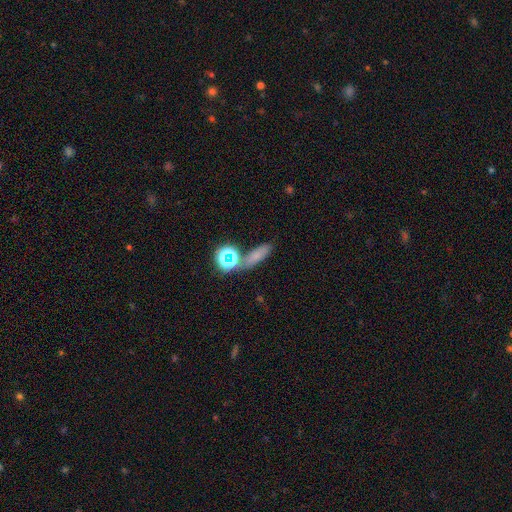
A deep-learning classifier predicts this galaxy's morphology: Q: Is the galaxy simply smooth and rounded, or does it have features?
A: smooth — 65%.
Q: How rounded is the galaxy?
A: cigar-shaped — 44%.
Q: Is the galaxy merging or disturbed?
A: none — 69%.